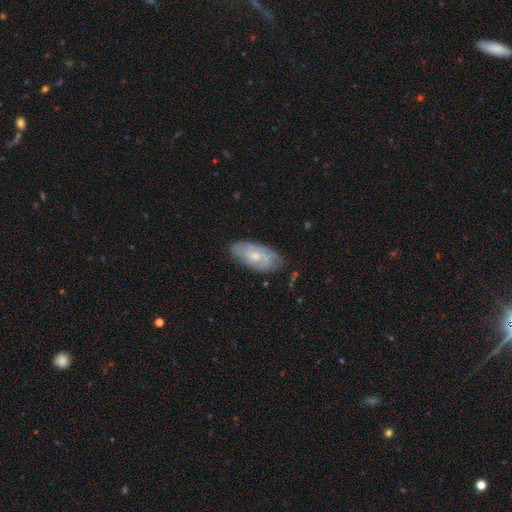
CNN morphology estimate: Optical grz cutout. It shows a featured or disk galaxy (49%). Merging: none (70%).